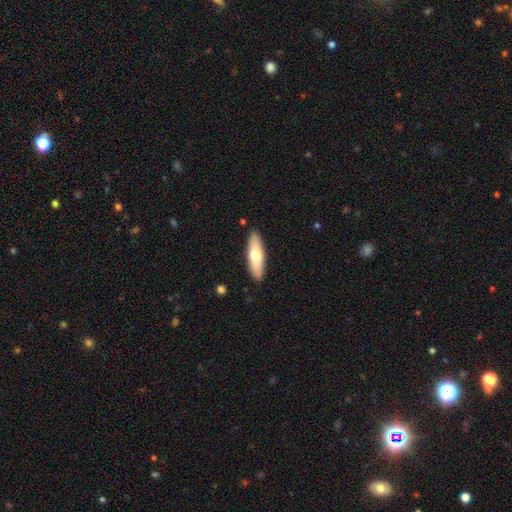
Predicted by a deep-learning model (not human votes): This is likely a smooth galaxy (64%). How rounded: possibly cigar-shaped (52%). Merging: clearly none (88%).